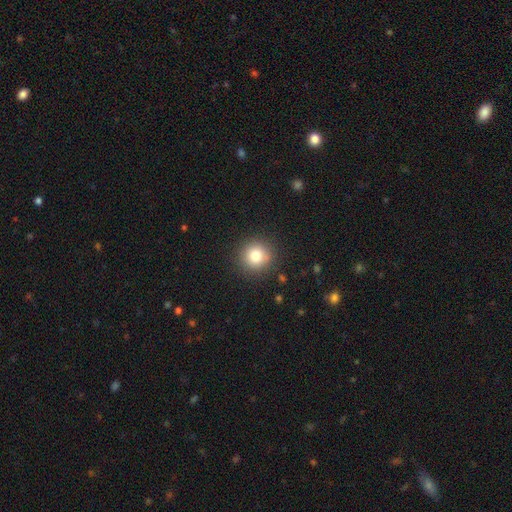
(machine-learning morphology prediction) Smooth or featured?
  - smooth: 80% *
  - star or artifact: 12%
  - featured or disk: 8%
How rounded?
  - round: 93% *
  - in between: 6%
  - cigar-shaped: 1%
Merging?
  - none: 89% *
  - minor disturbance: 7%
  - major disturbance: 3%
  - merger: 1%